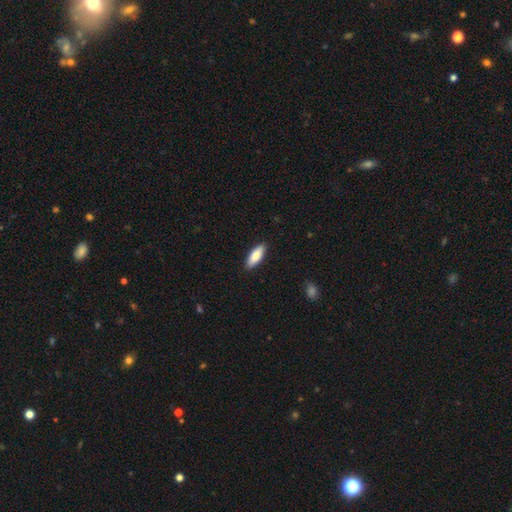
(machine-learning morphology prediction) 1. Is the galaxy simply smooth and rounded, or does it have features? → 82% smooth, 12% featured or disk, 6% star or artifact.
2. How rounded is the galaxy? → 67% in between, 31% cigar-shaped, 2% round.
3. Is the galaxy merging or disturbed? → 89% none, 8% minor disturbance, 2% major disturbance, 1% merger.